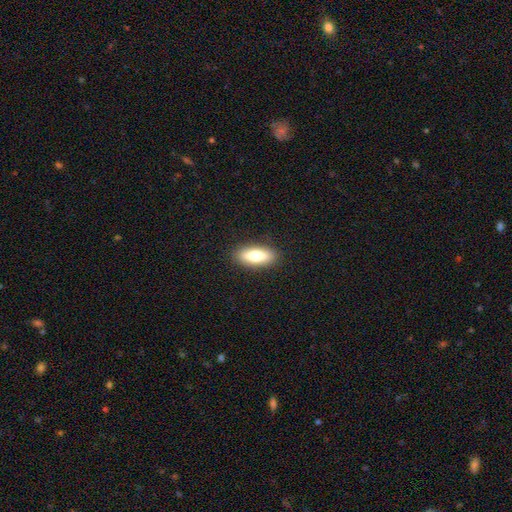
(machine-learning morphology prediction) Smooth or featured? smooth (74%)
How rounded? in between (72%)
Merging? none (89%)